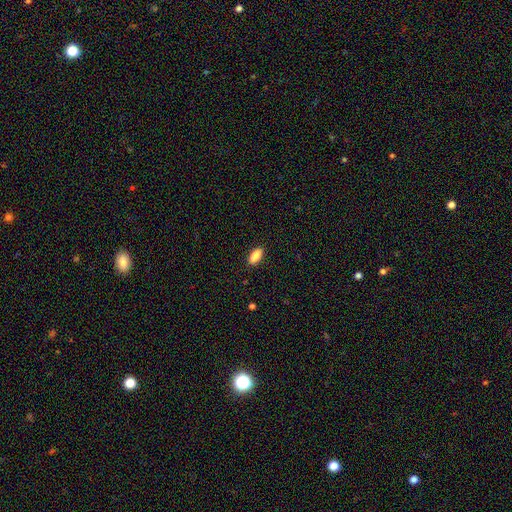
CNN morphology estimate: Q: Smooth or featured?
A: smooth (83%); runner-up: featured or disk (10%)
Q: How rounded?
A: in between (87%); runner-up: cigar-shaped (10%)
Q: Merging?
A: none (89%); runner-up: minor disturbance (8%)